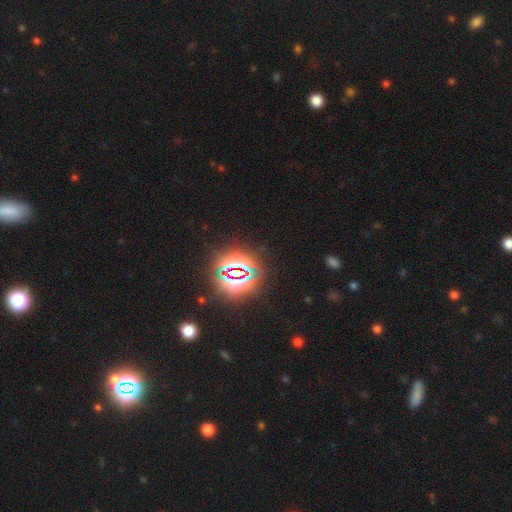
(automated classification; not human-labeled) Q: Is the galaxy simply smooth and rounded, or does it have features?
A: star or artifact — 81%.